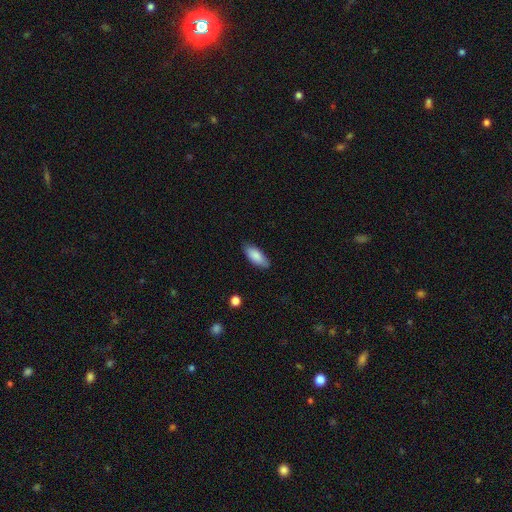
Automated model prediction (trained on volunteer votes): Overall: smooth (87%). How rounded: in between (82%). Merging: none (84%).